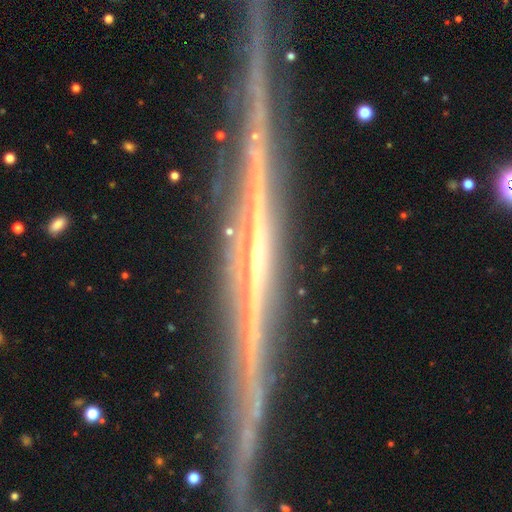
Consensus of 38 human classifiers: smooth-or-featured: featured or disk: 89% | smooth: 8% | star or artifact: 3%
  disk-edge-on: yes: 100% | no: 0%
    edge-on-bulge: none: 68% | rounded: 29% | boxy: 3%
  merging: none: 78% | minor disturbance: 22% | major disturbance: 0% | merger: 0%